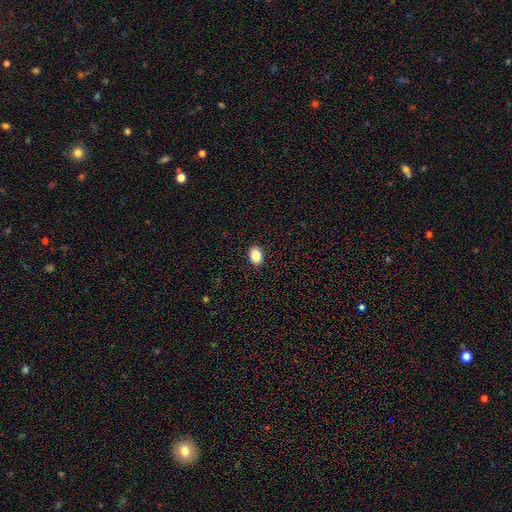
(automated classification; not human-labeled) Q: Smooth or featured?
A: smooth (85%); runner-up: star or artifact (9%)
Q: How rounded?
A: in between (77%); runner-up: round (22%)
Q: Merging?
A: none (91%); runner-up: minor disturbance (7%)